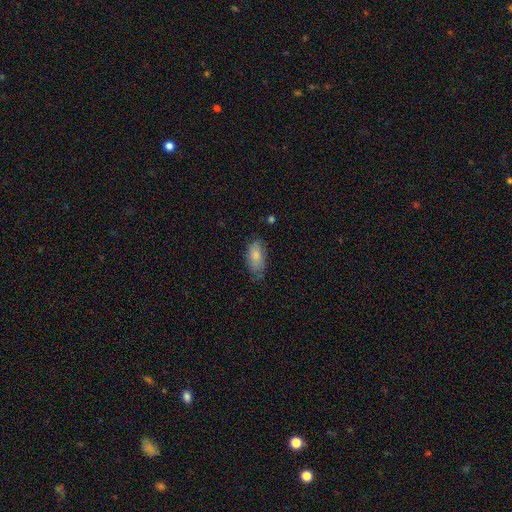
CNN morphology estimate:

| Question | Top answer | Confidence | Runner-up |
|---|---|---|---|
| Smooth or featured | smooth | 80% | featured or disk (13%) |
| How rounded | in between | 90% | cigar-shaped (7%) |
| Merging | none | 61% | minor disturbance (30%) |